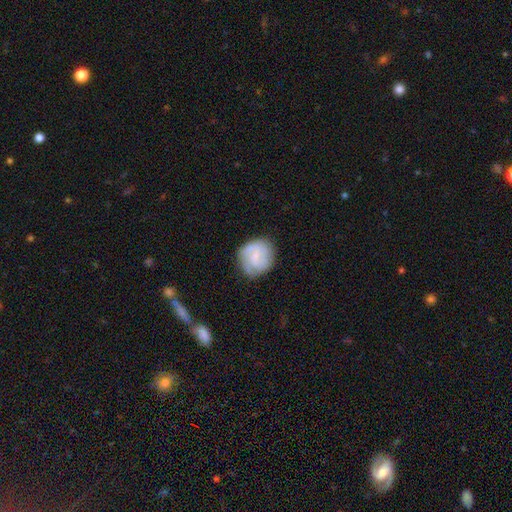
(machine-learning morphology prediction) This appears to be a featured or disk galaxy (53%) with no bar (52%), spiral arms (84%) and a small central bulge (60%). Merging: none (71%).